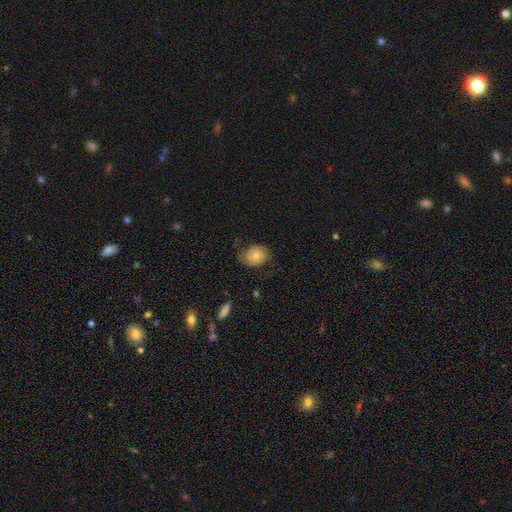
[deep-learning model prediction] Overall: smooth (69%). How rounded: round (56%; in between 43%). Merging: none (62%; minor disturbance 25%).